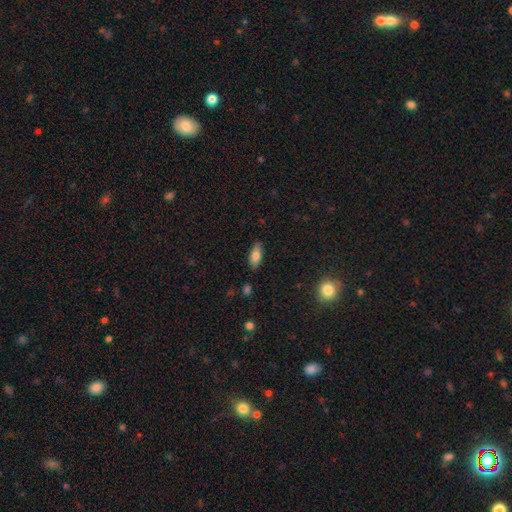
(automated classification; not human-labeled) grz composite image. It shows a smooth galaxy with no disk features (75%) that is in between round and cigar-shaped (78%). Merging: none (86%).